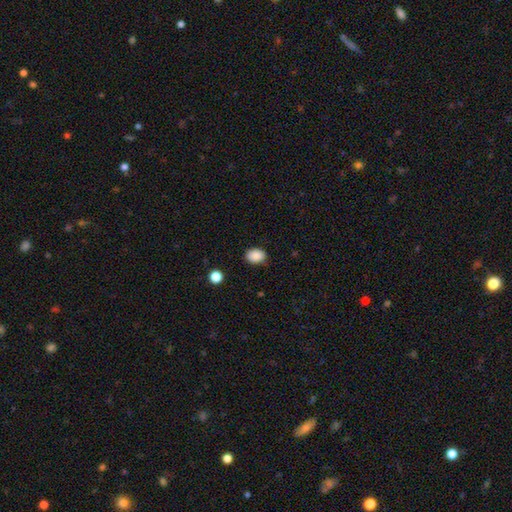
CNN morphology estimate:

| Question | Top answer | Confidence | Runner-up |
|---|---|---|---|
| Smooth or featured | smooth | 88% | star or artifact (9%) |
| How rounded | in between | 63% | round (36%) |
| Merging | none | 86% | minor disturbance (10%) |